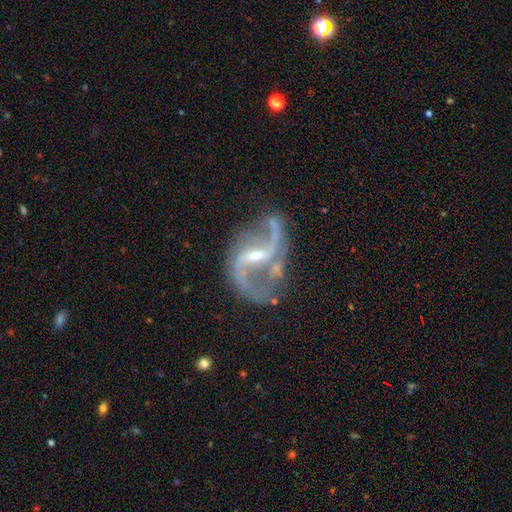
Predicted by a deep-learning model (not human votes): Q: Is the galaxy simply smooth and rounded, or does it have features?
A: featured or disk — 92%.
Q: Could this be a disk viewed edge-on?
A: no — 98%.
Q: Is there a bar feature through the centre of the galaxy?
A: weak — 51%.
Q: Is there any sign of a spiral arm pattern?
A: yes — 97%.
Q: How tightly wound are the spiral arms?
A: loose — 69%.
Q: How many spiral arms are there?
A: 2 — 91%.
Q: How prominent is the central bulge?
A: small — 58%.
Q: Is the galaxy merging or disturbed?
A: none — 63%.